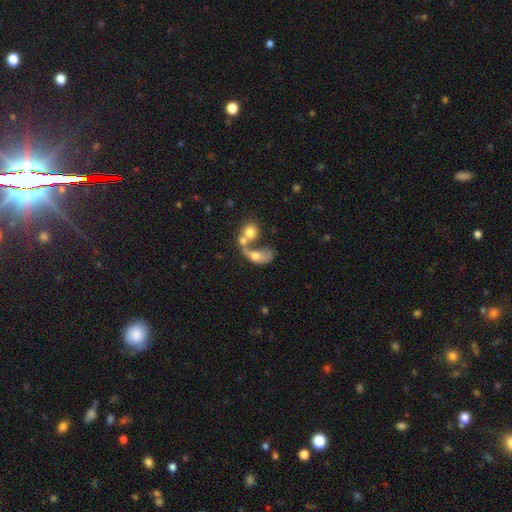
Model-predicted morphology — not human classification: smooth-or-featured: smooth: 55% | featured or disk: 35% | star or artifact: 10%
  how-rounded: in between: 70% | round: 25% | cigar-shaped: 5%
  merging: merger: 64% | major disturbance: 18% | none: 11% | minor disturbance: 7%